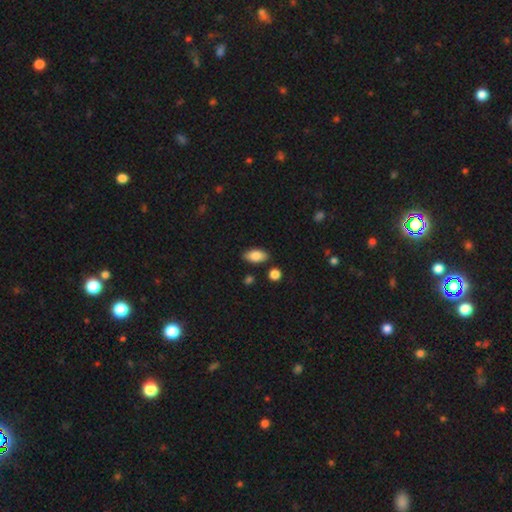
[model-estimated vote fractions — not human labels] smooth-or-featured: smooth: 84% | featured or disk: 9% | star or artifact: 7%
  how-rounded: in between: 90% | cigar-shaped: 6% | round: 4%
  merging: none: 84% | minor disturbance: 10% | merger: 3% | major disturbance: 2%